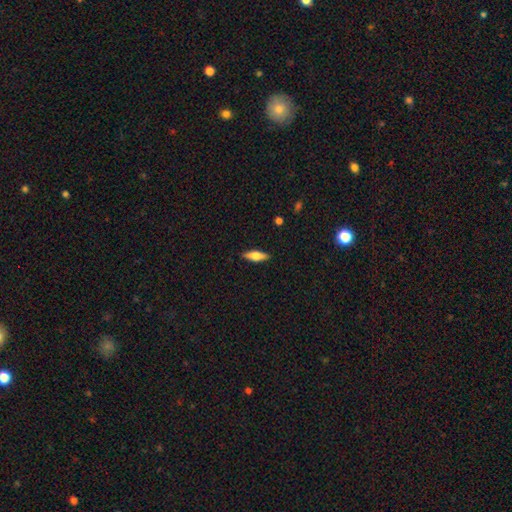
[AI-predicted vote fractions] Smooth or featured? smooth (64%)
How rounded? in between (54%)
Merging? none (88%)